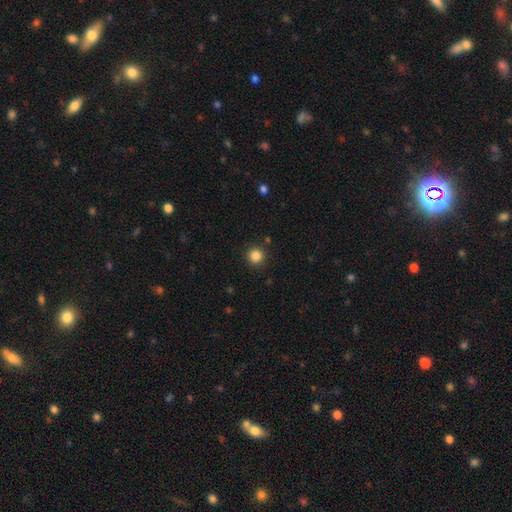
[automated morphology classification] type=smooth (85%); roundness=round (95%); merging=none (91%).